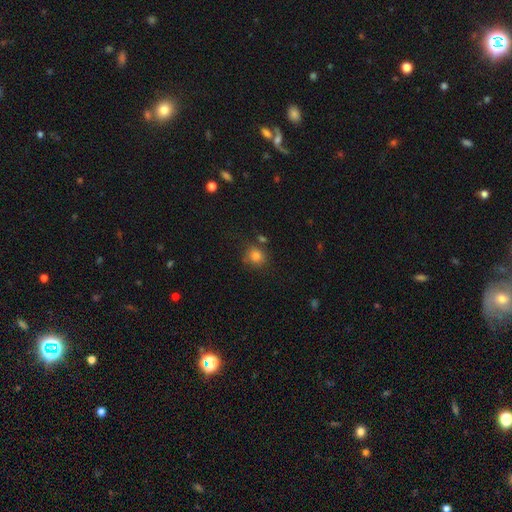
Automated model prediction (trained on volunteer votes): smooth-or-featured: smooth: 82% | star or artifact: 12% | featured or disk: 7%
  how-rounded: round: 81% | in between: 18% | cigar-shaped: 1%
  merging: none: 73% | minor disturbance: 15% | merger: 8% | major disturbance: 5%